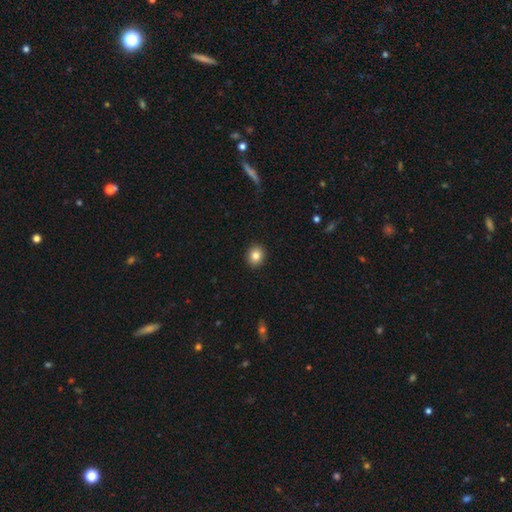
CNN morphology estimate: Smooth or featured? Predicted: smooth (p=0.84). How rounded? Predicted: round (p=0.72). Merging? Predicted: none (p=0.92).